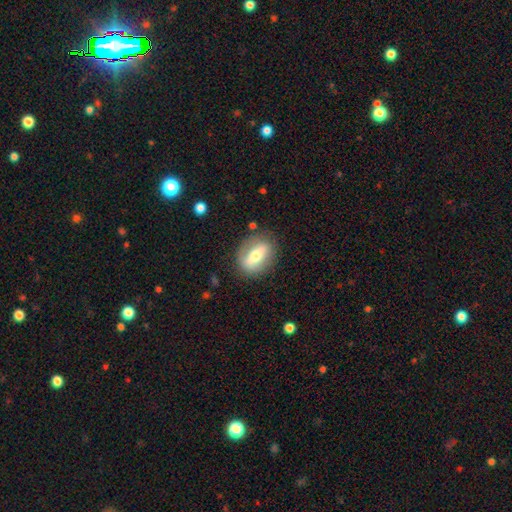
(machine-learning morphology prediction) smooth-or-featured: featured or disk: 51% | smooth: 42% | star or artifact: 7%
  disk-edge-on: no: 70% | yes: 30%
  merging: none: 81% | minor disturbance: 13% | major disturbance: 5% | merger: 2%